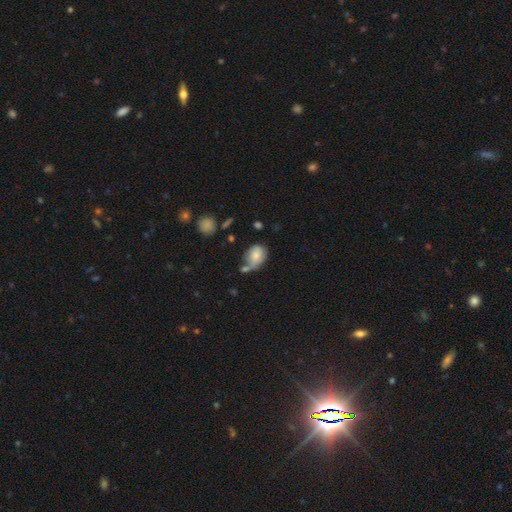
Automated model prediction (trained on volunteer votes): Smooth or featured? smooth (78%)
How rounded? in between (68%)
Merging? none (40%)